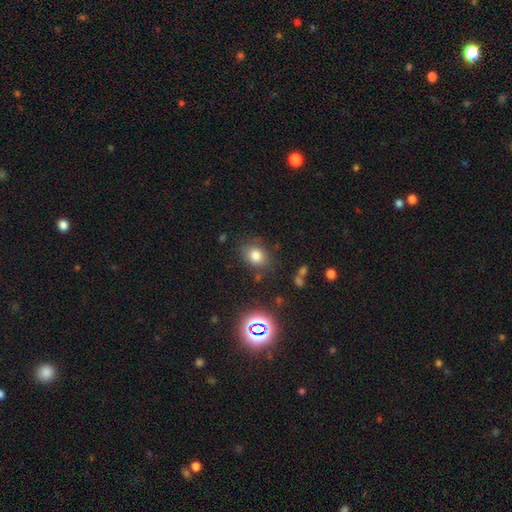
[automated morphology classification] Overall: smooth (77%). How rounded: round (52%; in between 47%). Merging: none (77%).